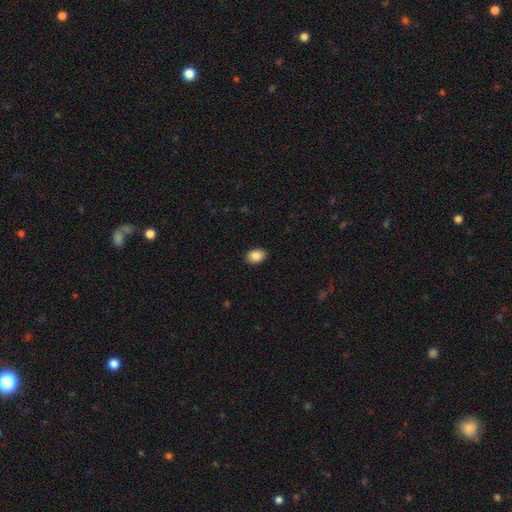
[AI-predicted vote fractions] A smooth galaxy with no disk features (87%) that is in between round and cigar-shaped (80%). Merging: none (89%).